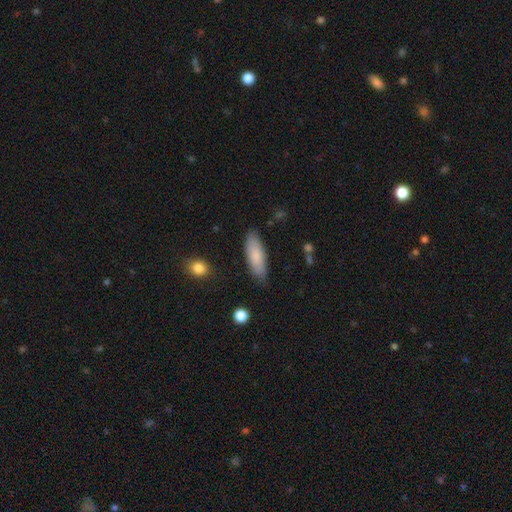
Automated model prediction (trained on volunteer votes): Smooth or featured? Predicted: smooth (p=0.81). How rounded? Predicted: in between (p=0.63). Merging? Predicted: none (p=0.81).